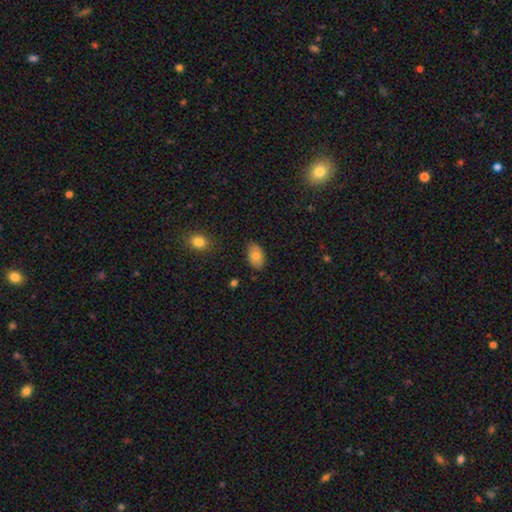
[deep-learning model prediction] The model was most divided on "smooth or featured": smooth: 78%, featured or disk: 14%, star or artifact: 8%. More confident: how rounded — in between (91%); merging — none (81%).